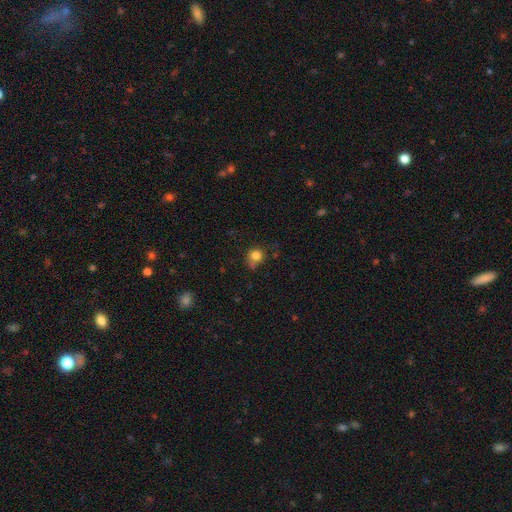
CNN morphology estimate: smooth-or-featured: smooth: 82% | star or artifact: 11% | featured or disk: 7%
  how-rounded: round: 81% | in between: 18% | cigar-shaped: 1%
  merging: none: 55% | minor disturbance: 28% | major disturbance: 10% | merger: 8%